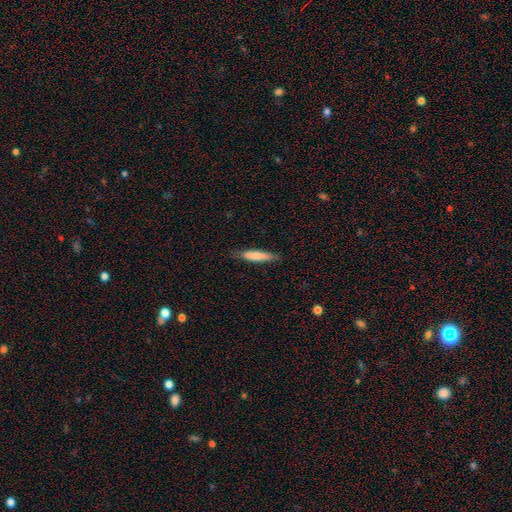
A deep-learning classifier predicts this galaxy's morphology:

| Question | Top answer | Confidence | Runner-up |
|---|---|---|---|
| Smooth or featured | smooth | 77% | featured or disk (18%) |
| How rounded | cigar-shaped | 85% | in between (13%) |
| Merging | none | 81% | minor disturbance (15%) |